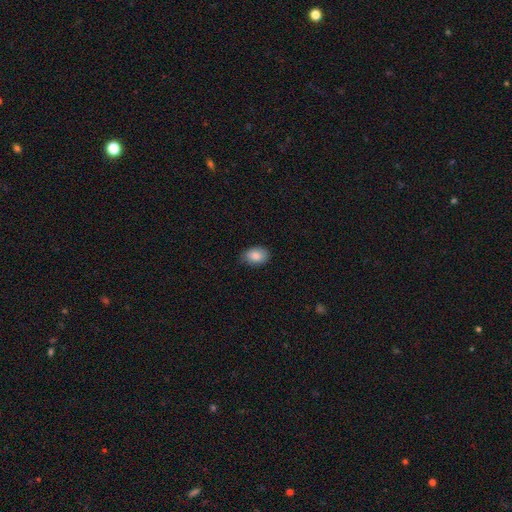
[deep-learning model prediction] A smooth galaxy with no disk features (87%) that is in between round and cigar-shaped (83%).

Vote fractions:
- Smooth or featured? smooth: 87% / star or artifact: 7% / featured or disk: 6%
- How rounded? in between: 83% / round: 16% / cigar-shaped: 1%
- Merging? none: 80% / minor disturbance: 16% / major disturbance: 3% / merger: 1%